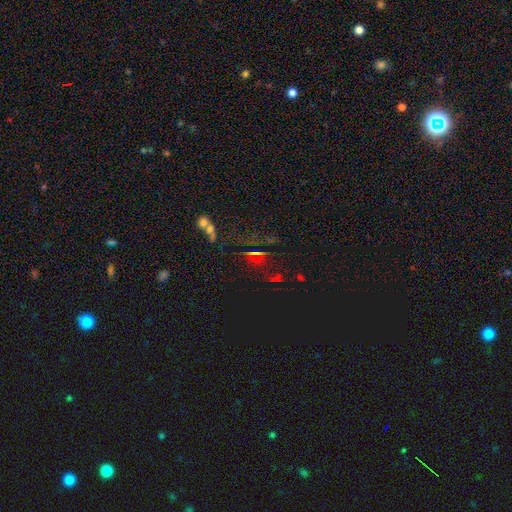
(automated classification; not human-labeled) A star or artifact, not a galaxy (63%).

Vote fractions:
- Smooth or featured? star or artifact: 63% / smooth: 22% / featured or disk: 15%